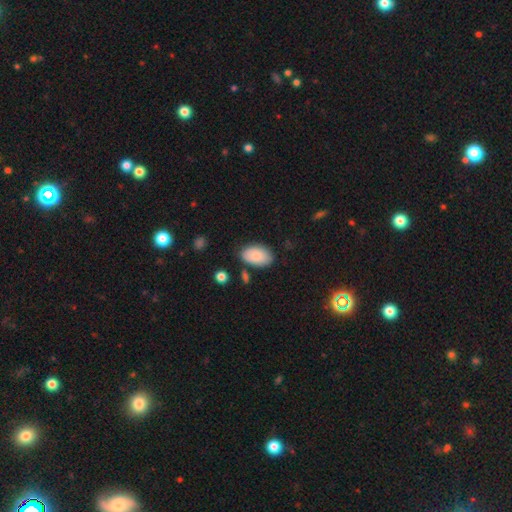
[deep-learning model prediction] Overall: smooth (85%). How rounded: in between (94%). Merging: none (77%).